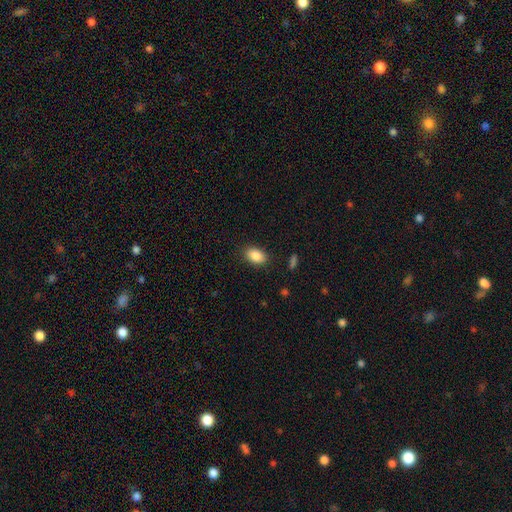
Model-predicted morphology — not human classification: Smooth or featured?
  - smooth: 88% *
  - star or artifact: 8%
  - featured or disk: 5%
How rounded?
  - in between: 88% *
  - round: 11%
  - cigar-shaped: 1%
Merging?
  - none: 87% *
  - minor disturbance: 9%
  - major disturbance: 3%
  - merger: 1%